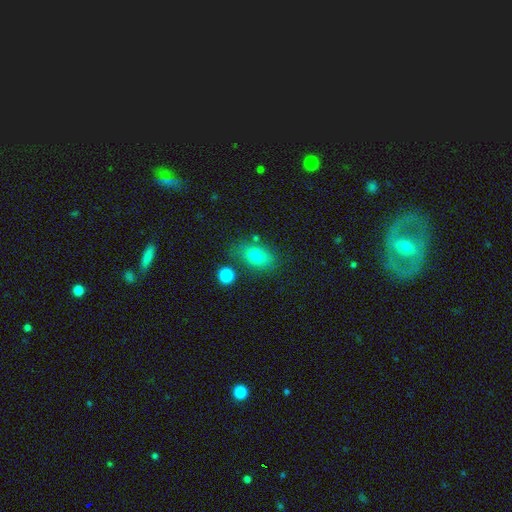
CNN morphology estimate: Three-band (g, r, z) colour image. It shows a smooth galaxy with no disk features (78%) that is in between round and cigar-shaped (82%). Merging: none (71%).